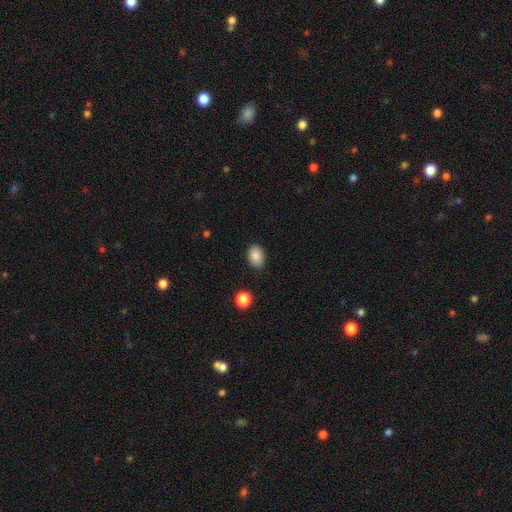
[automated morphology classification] Smooth or featured? smooth (87%)
How rounded? in between (81%)
Merging? none (87%)